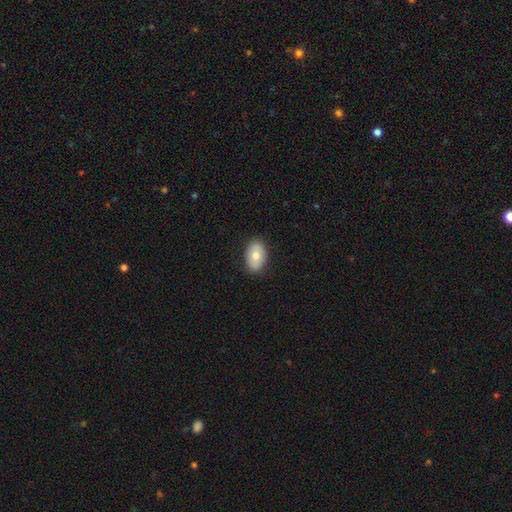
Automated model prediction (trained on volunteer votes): A smooth galaxy with no disk features (75%) that is in between round and cigar-shaped (89%). Merging: none (87%).